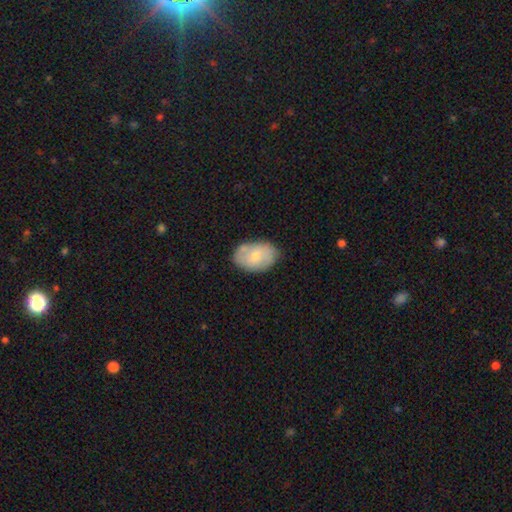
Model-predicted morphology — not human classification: Smooth or featured? Predicted: smooth (p=0.61). How rounded? Predicted: in between (p=0.85). Merging? Predicted: none (p=0.74).